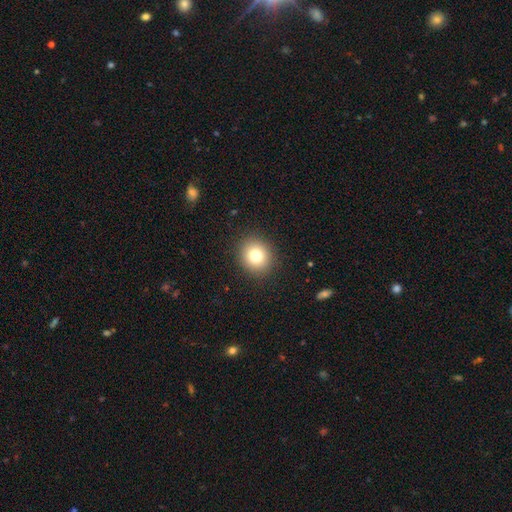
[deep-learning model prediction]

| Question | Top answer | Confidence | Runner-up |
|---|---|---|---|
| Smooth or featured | smooth | 78% | star or artifact (12%) |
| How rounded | round | 82% | in between (17%) |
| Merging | none | 91% | minor disturbance (6%) |